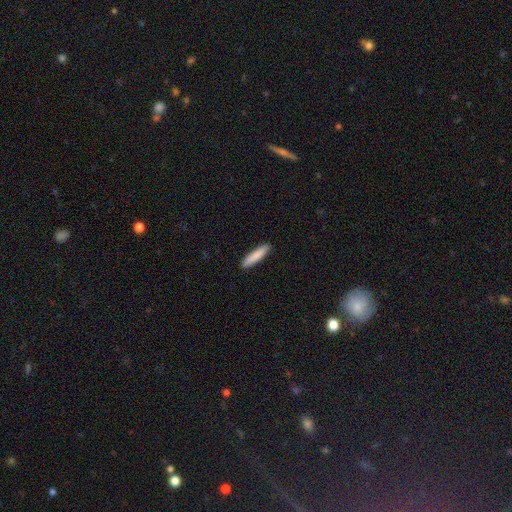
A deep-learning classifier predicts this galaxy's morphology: type=smooth (87%); roundness=cigar-shaped (85%); merging=none (91%).